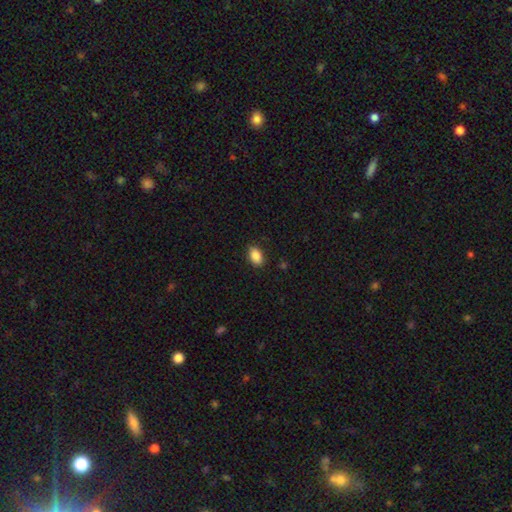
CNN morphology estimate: smooth-or-featured: smooth: 88% | star or artifact: 8% | featured or disk: 4%
  how-rounded: in between: 89% | round: 9% | cigar-shaped: 2%
  merging: none: 87% | minor disturbance: 10% | major disturbance: 2% | merger: 1%